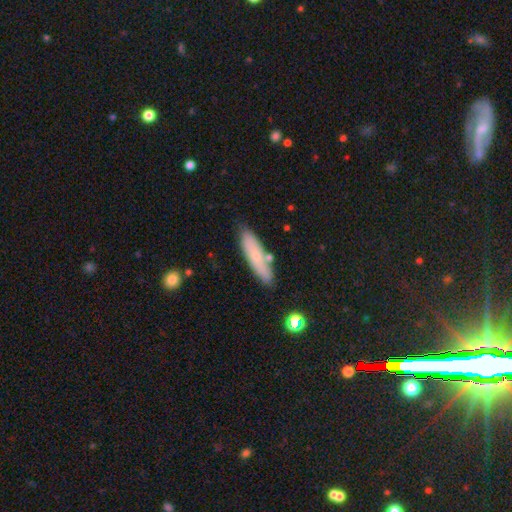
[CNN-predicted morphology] Smooth or featured?
  - smooth: 71% *
  - featured or disk: 22%
  - star or artifact: 7%
How rounded?
  - cigar-shaped: 74% *
  - in between: 24%
  - round: 2%
Merging?
  - none: 79% *
  - minor disturbance: 14%
  - merger: 5%
  - major disturbance: 3%